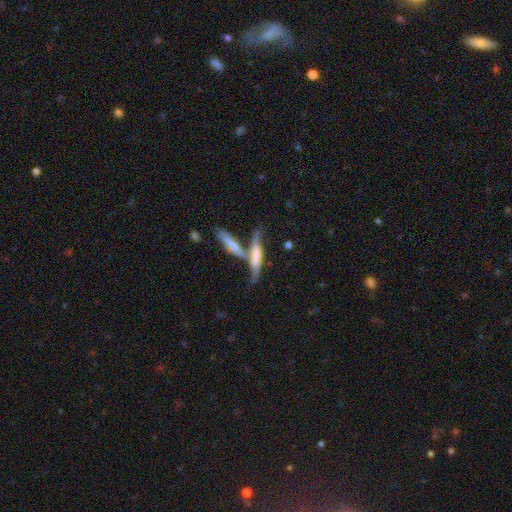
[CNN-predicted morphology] smooth-or-featured: featured or disk: 53% | smooth: 40% | star or artifact: 8%
  disk-edge-on: yes: 67% | no: 33%
  merging: merger: 55% | none: 28% | minor disturbance: 10% | major disturbance: 7%